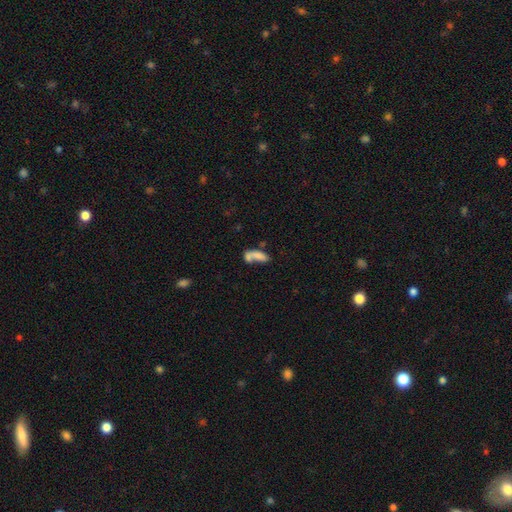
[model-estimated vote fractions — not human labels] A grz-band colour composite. It shows a smooth galaxy with no disk features (70%) that is in between round and cigar-shaped (72%). Merging: merger (50%).